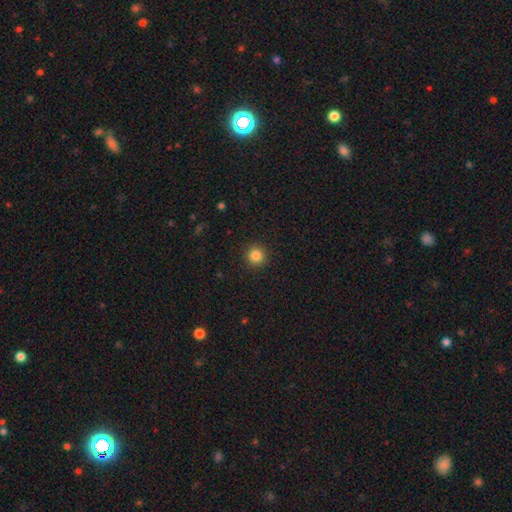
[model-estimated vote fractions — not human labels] Overall: smooth (85%). How rounded: round (95%). Merging: none (92%).